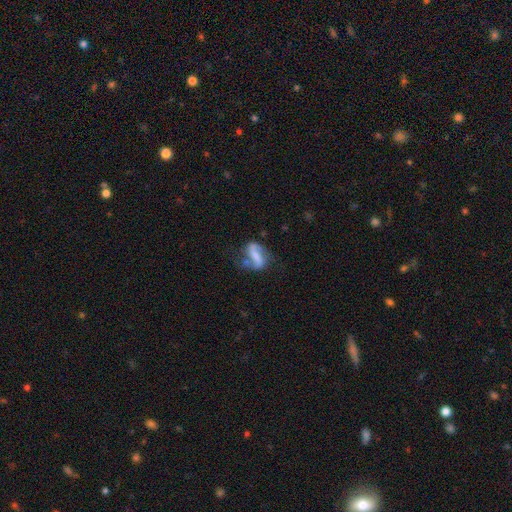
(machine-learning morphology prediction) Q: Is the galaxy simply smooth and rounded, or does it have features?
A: featured or disk — 68%.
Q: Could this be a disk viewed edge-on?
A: no — 94%.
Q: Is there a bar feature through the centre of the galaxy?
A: strong — 52%.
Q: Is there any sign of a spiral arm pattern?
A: yes — 84%.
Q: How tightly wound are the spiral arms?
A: loose — 61%.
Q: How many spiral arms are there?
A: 2 — 87%.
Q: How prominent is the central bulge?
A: none — 46%.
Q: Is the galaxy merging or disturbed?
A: none — 52%.